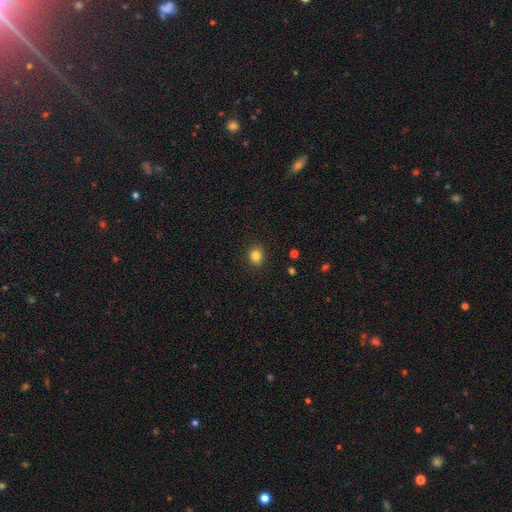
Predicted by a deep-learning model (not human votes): Smooth or featured?
  - smooth: 84% *
  - star or artifact: 12%
  - featured or disk: 5%
How rounded?
  - round: 72% *
  - in between: 28%
  - cigar-shaped: 1%
Merging?
  - none: 90% *
  - minor disturbance: 7%
  - major disturbance: 2%
  - merger: 1%